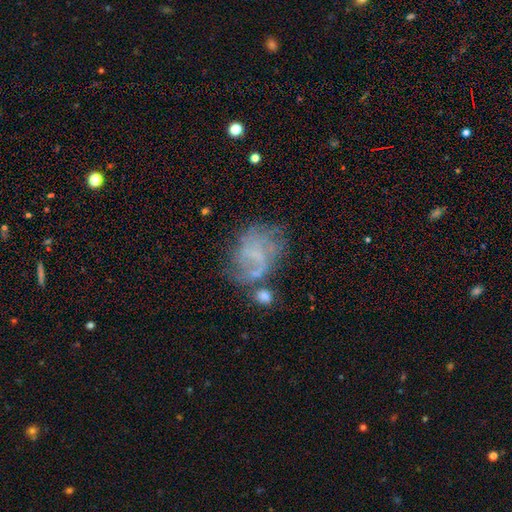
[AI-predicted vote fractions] Smooth or featured? featured or disk (63%)
Edge-on disk? no (97%)
Bar? no (50%)
Spiral arms? yes (70%)
Bulge size? none (62%)
Merging? none (44%)